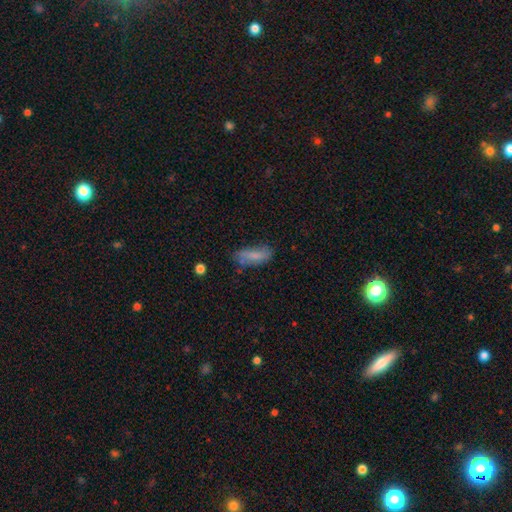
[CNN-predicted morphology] A smooth galaxy with no disk features (73%) that is in between round and cigar-shaped (68%).

Vote fractions:
- Smooth or featured? smooth: 73% / featured or disk: 19% / star or artifact: 8%
- How rounded? in between: 68% / cigar-shaped: 30% / round: 2%
- Merging? none: 56% / minor disturbance: 29% / major disturbance: 10% / merger: 5%